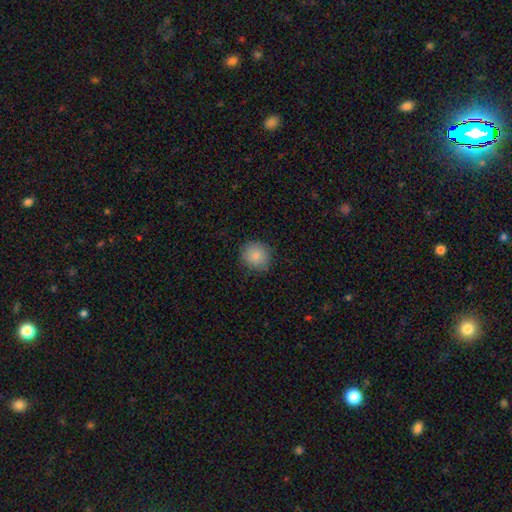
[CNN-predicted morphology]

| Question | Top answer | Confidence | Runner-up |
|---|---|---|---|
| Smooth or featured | smooth | 85% | star or artifact (9%) |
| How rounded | round | 88% | in between (11%) |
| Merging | none | 85% | minor disturbance (11%) |